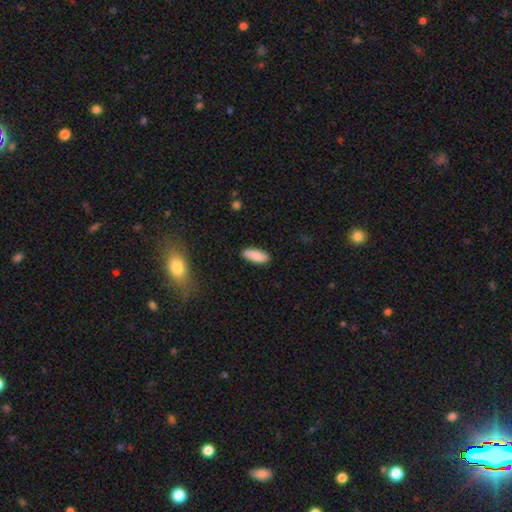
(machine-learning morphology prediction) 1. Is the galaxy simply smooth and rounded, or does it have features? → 87% smooth, 7% featured or disk, 6% star or artifact.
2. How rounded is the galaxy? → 79% in between, 19% cigar-shaped, 2% round.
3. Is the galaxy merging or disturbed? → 88% none, 9% minor disturbance, 2% major disturbance, 1% merger.